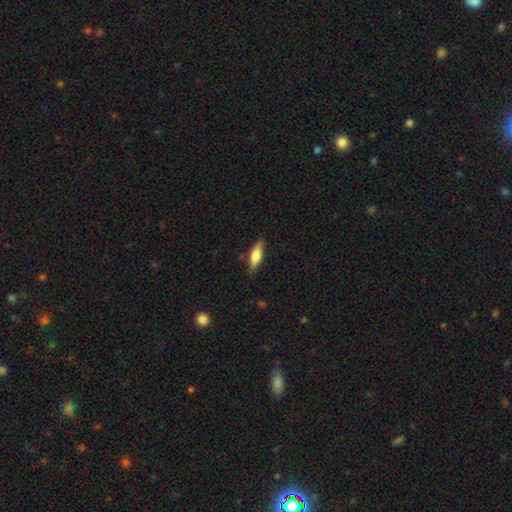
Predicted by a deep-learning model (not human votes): A smooth galaxy with no disk features (64%) that is cigar-shaped (50%). Merging: none (80%).